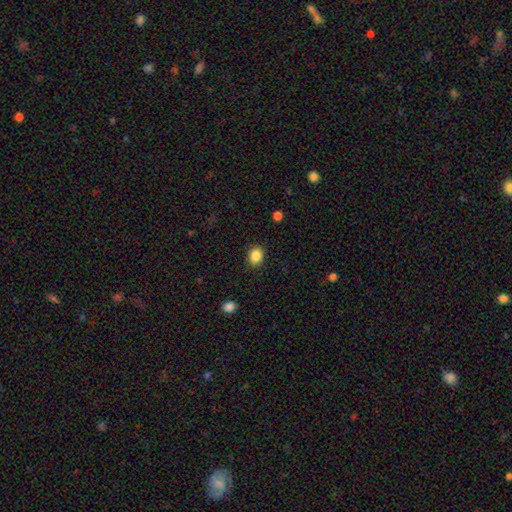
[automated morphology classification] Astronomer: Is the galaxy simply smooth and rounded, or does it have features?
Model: smooth — 87%.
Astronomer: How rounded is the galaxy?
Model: round — 52% (runner-up: in between, 47%).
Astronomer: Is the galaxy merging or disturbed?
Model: none — 88%.